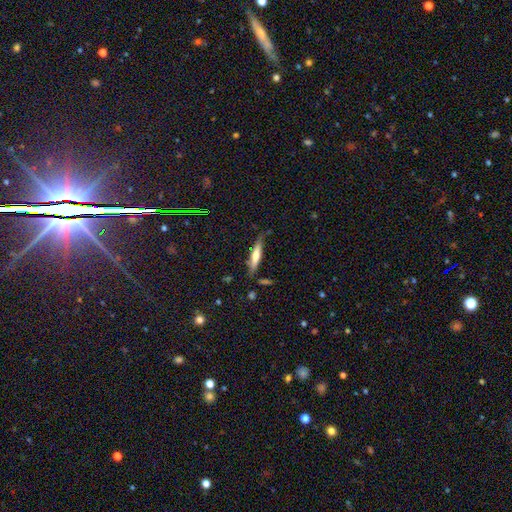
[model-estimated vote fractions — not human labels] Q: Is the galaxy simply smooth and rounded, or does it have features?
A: smooth — 55%.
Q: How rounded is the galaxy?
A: cigar-shaped — 85%.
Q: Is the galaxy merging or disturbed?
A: none — 75%.